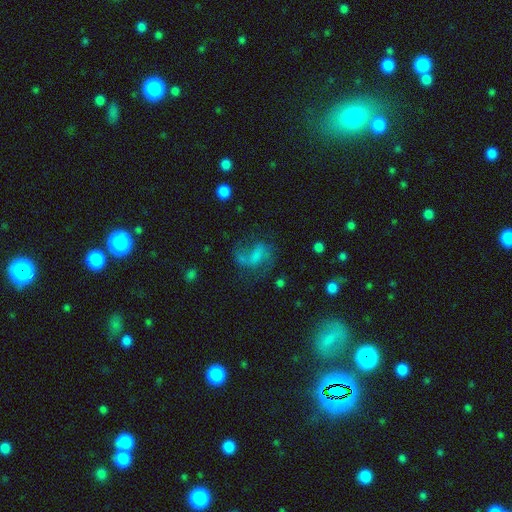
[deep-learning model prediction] The model was most divided on "bar": weak: 43%, no: 37%, strong: 20%. Remaining: edge-on disk — no (97%); spiral arms — yes (84%); smooth or featured — featured or disk (58%); merging — none (48%); bulge size — none (46%).